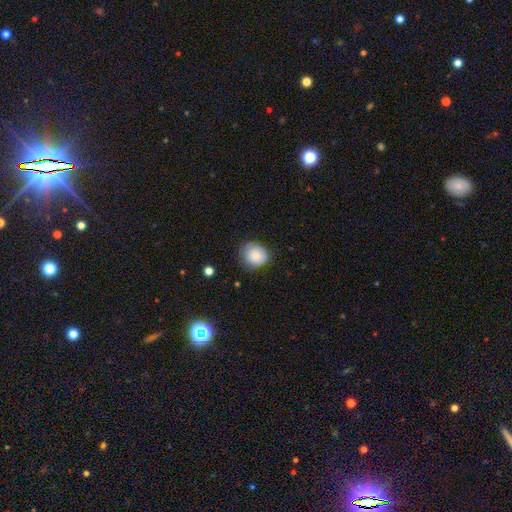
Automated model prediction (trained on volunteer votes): Smooth or featured? Predicted: smooth (p=0.83). How rounded? Predicted: round (p=0.74). Merging? Predicted: none (p=0.72).